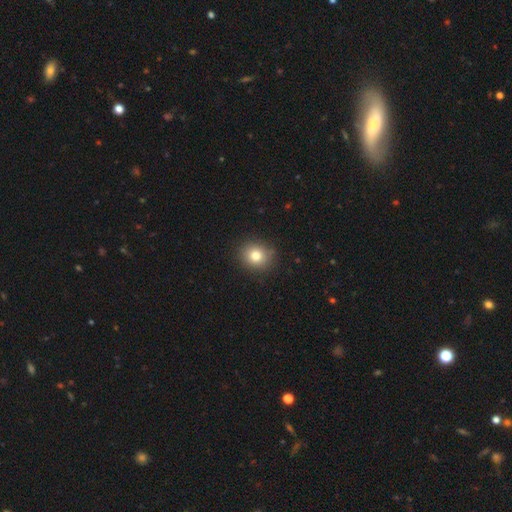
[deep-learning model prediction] Smooth or featured? smooth (78%)
How rounded? round (81%)
Merging? none (88%)